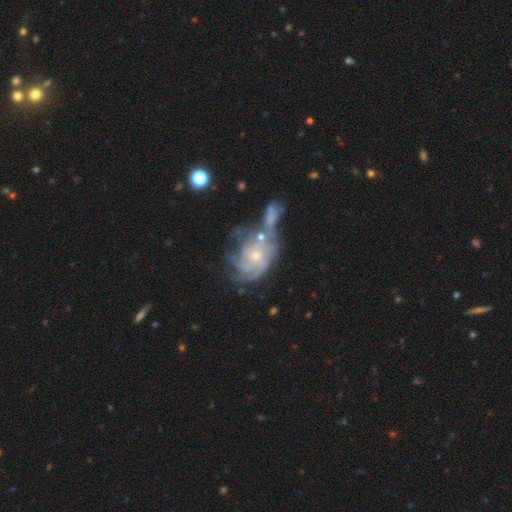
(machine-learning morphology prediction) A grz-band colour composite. It shows a featured or disk galaxy (80%) with no bar (74%), tight (60%) spiral arms (88%) and a small central bulge (65%). Merging: merger (37%).